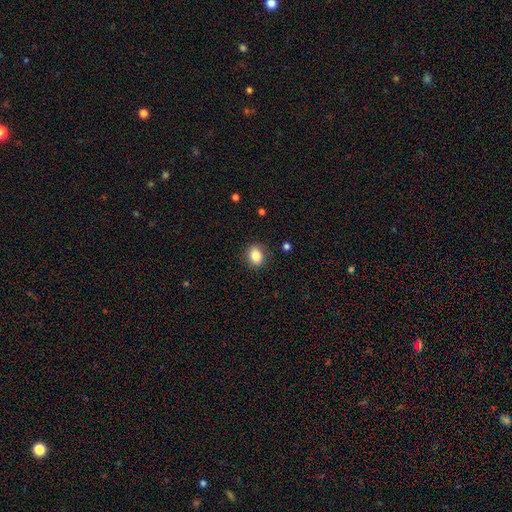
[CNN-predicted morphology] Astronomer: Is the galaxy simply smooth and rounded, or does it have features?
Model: smooth — 85%.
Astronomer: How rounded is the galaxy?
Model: round — 51% (runner-up: in between, 48%).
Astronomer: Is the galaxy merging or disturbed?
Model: none — 87%.